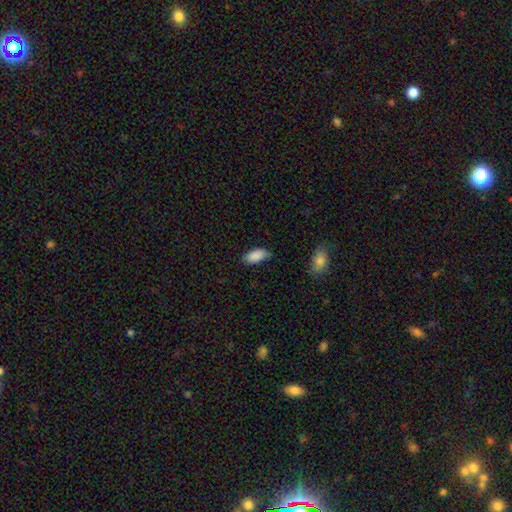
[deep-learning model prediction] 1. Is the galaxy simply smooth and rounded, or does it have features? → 89% smooth, 7% star or artifact, 4% featured or disk.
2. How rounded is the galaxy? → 92% in between, 6% cigar-shaped, 2% round.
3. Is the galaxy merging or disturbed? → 70% none, 25% minor disturbance, 4% major disturbance, 2% merger.